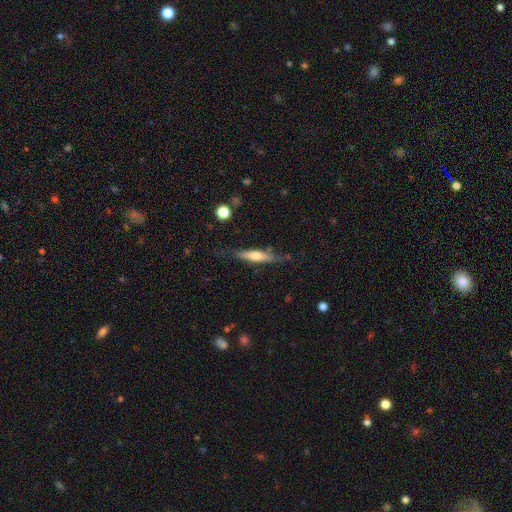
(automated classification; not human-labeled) Q: Smooth or featured?
A: smooth (48%); runner-up: featured or disk (46%)
Q: Merging?
A: none (73%); runner-up: minor disturbance (19%)